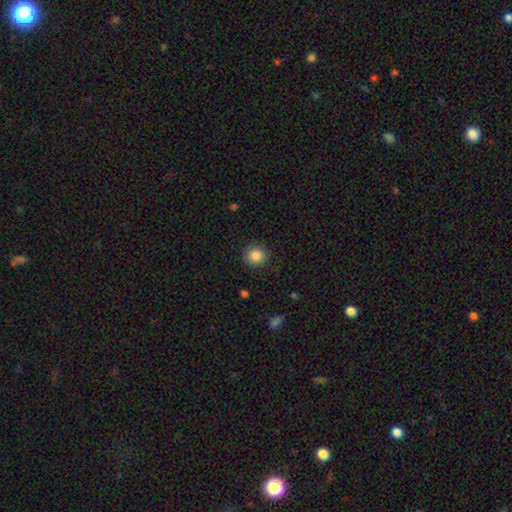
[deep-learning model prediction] smooth_or_featured: smooth (p=0.86) [alt: star or artifact p=0.09]
how_rounded: round (p=0.89) [alt: in between p=0.10]
merging: none (p=0.88) [alt: minor disturbance p=0.08]